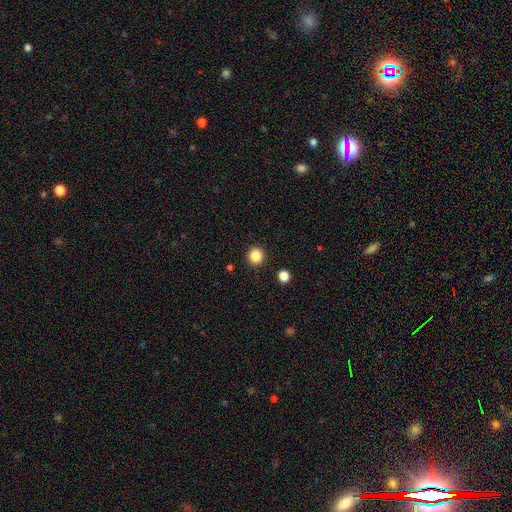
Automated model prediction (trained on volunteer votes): Morphology: type=smooth (86%); roundness=round (93%); merging=none (92%).